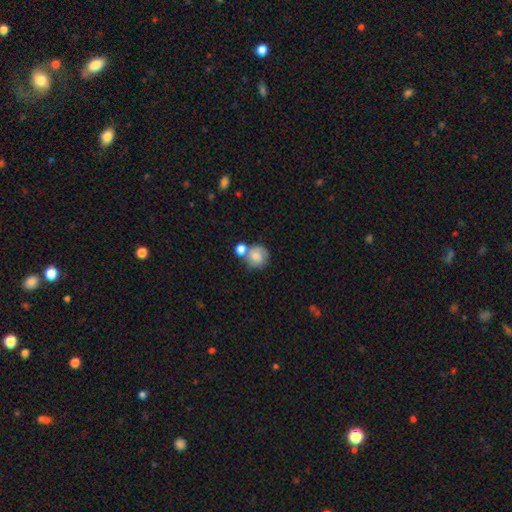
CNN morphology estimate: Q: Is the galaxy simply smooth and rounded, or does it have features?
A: smooth — 71%.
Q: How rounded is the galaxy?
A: round — 86%.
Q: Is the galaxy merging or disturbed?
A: none — 46%.